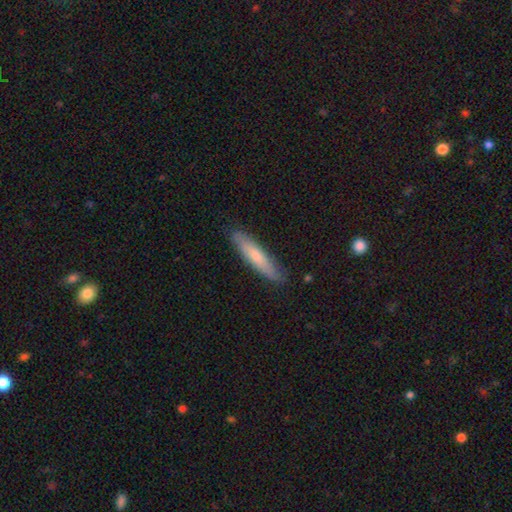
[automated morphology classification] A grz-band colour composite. It shows a smooth galaxy with no disk features (64%) that is cigar-shaped (88%). Merging: none (85%).